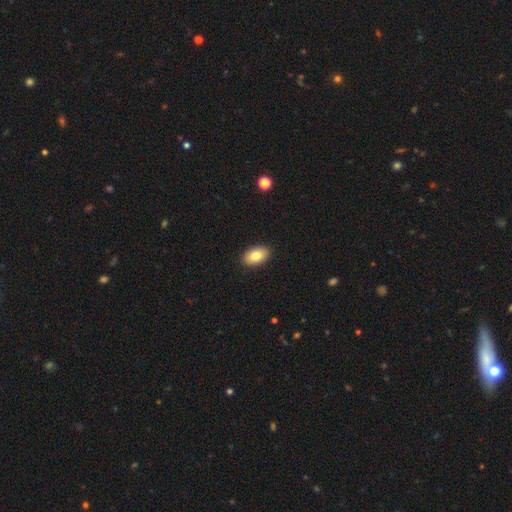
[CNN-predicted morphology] Smooth or featured: smooth — 81% (featured or disk — 11%)
How rounded: in between — 91% (round — 7%)
Merging: none — 90% (minor disturbance — 7%)